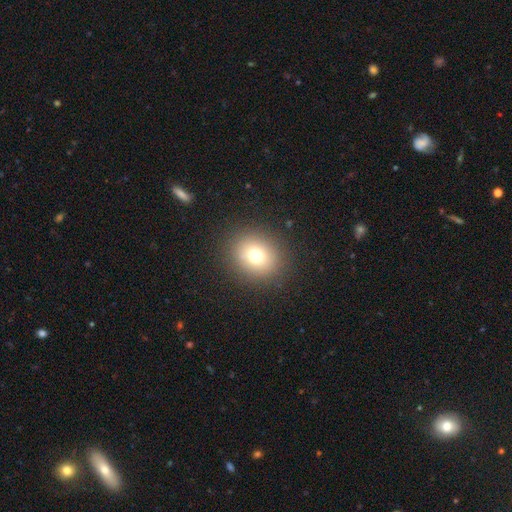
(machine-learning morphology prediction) A smooth galaxy with no disk features (72%) that is round (78%).

Vote fractions:
- Smooth or featured? smooth: 72% / star or artifact: 16% / featured or disk: 12%
- How rounded? round: 78% / in between: 21% / cigar-shaped: 1%
- Merging? none: 88% / minor disturbance: 7% / major disturbance: 4% / merger: 1%